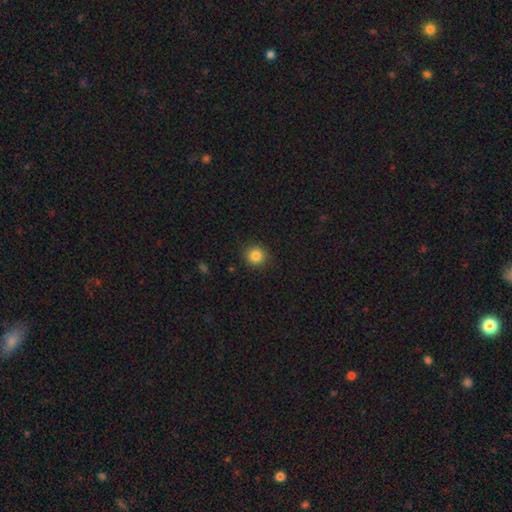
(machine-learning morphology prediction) This is clearly a smooth galaxy (84%). How rounded: clearly round (93%). Merging: clearly none (90%).